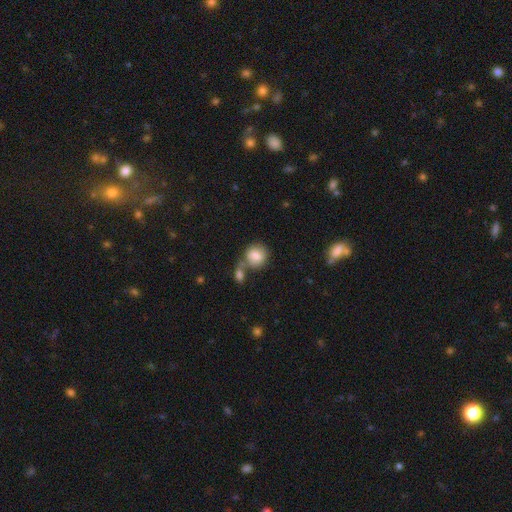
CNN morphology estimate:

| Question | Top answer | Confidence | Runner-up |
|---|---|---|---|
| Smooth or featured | smooth | 82% | featured or disk (10%) |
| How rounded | round | 82% | in between (17%) |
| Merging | none | 52% | merger (30%) |